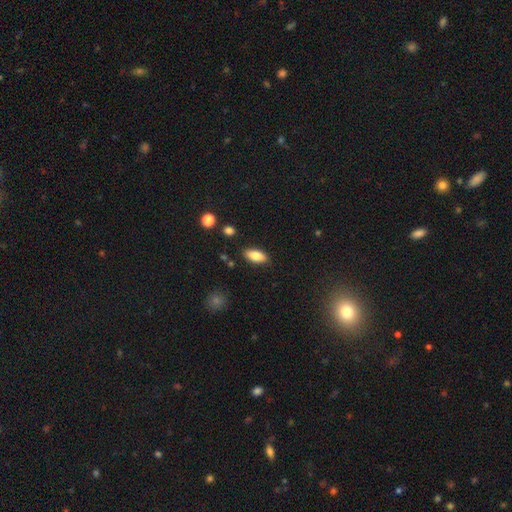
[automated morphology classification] Smooth or featured: smooth — 82% (featured or disk — 11%)
How rounded: in between — 85% (cigar-shaped — 12%)
Merging: none — 86% (minor disturbance — 10%)